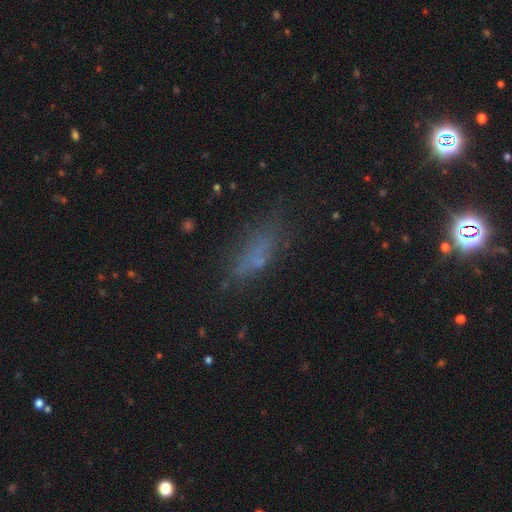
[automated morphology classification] type=smooth (60%); roundness=in between (56%); merging=none (58%).